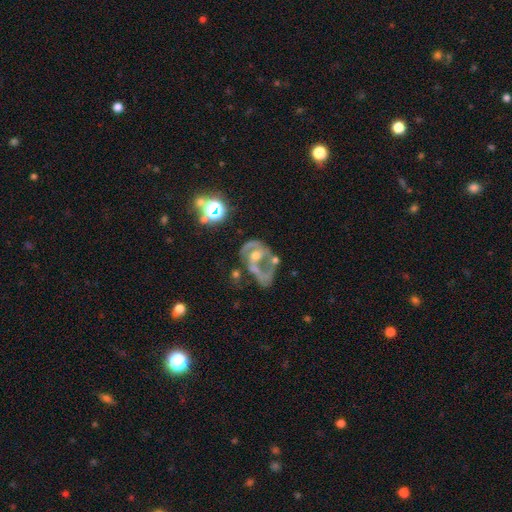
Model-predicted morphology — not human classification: A featured or disk galaxy (74%) with no bar (54%), spiral arms (66%) and a moderate central bulge (51%).

Vote fractions:
- Smooth or featured? featured or disk: 74% / smooth: 14% / star or artifact: 12%
- Edge-on disk? no: 97% / yes: 3%
- Bar? no: 54% / weak: 32% / strong: 13%
- Spiral arms? yes: 66% / no: 34%
- Bulge size? moderate: 51% / small: 33% / none: 9% / large: 5% / dominant: 2%
- Merging? major disturbance: 37% / none: 30% / minor disturbance: 17% / merger: 16%